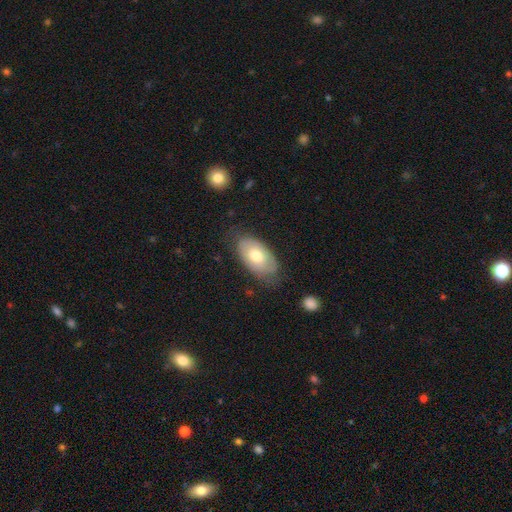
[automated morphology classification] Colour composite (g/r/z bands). It shows a smooth galaxy with no disk features (64%) that is in between round and cigar-shaped (94%). Merging: none (69%).